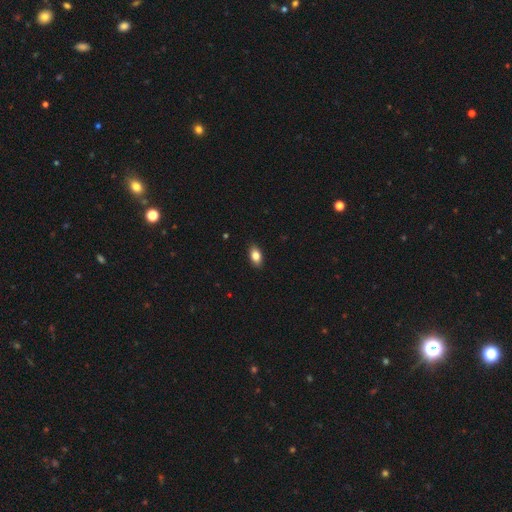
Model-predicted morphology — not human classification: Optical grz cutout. It shows a smooth galaxy with no disk features (83%) that is in between round and cigar-shaped (88%). Merging: none (88%).